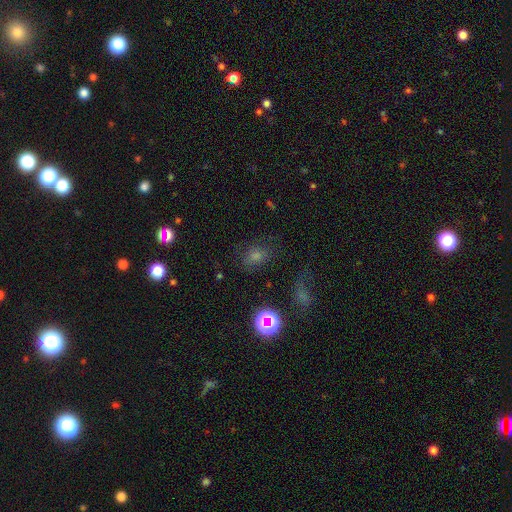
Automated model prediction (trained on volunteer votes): Smooth or featured?
  - smooth: 50% *
  - star or artifact: 35%
  - featured or disk: 15%
Merging?
  - none: 71% *
  - minor disturbance: 16%
  - major disturbance: 9%
  - merger: 3%